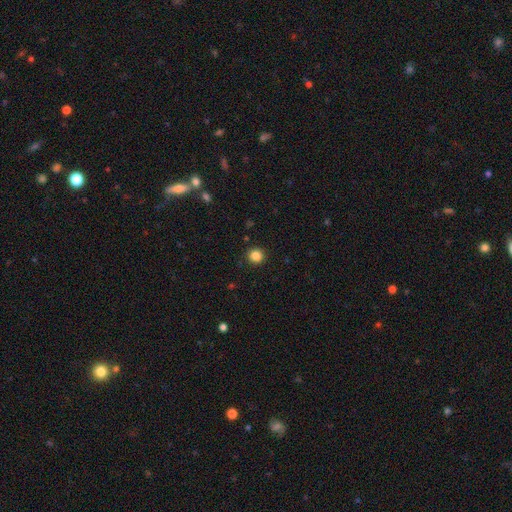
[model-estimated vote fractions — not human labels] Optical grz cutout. It shows a smooth galaxy with no disk features (86%) that is round (93%). Merging: none (92%).